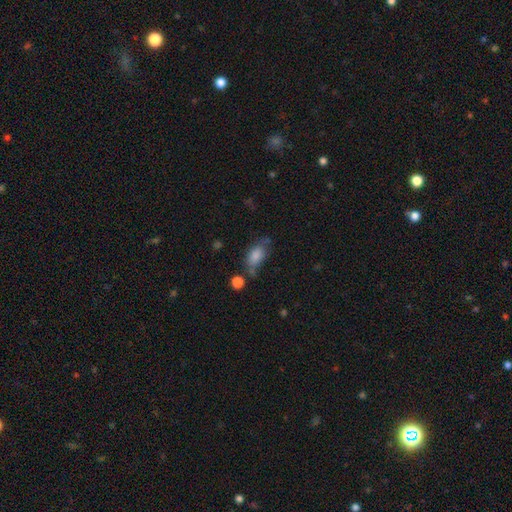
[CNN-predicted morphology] Q: Smooth or featured?
A: smooth (81%); runner-up: featured or disk (10%)
Q: How rounded?
A: in between (89%); runner-up: round (7%)
Q: Merging?
A: none (46%); runner-up: minor disturbance (29%)